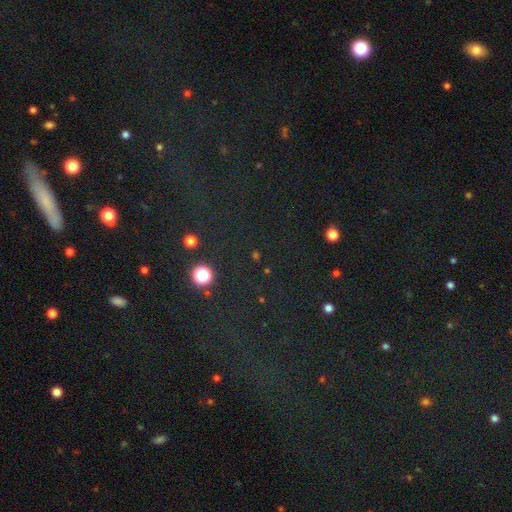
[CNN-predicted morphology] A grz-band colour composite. It shows a star or artifact, not a galaxy (65%).